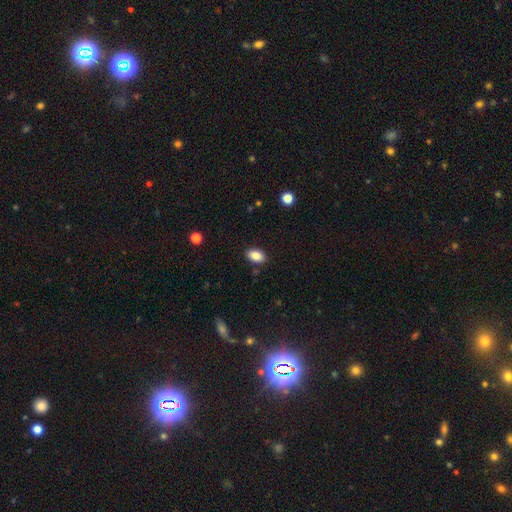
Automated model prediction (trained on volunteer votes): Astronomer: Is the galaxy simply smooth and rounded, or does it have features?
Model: smooth — 86%.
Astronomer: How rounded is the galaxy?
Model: in between — 90%.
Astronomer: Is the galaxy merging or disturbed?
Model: none — 88%.